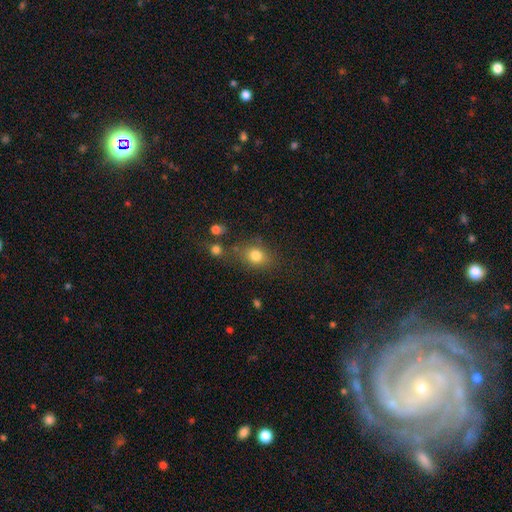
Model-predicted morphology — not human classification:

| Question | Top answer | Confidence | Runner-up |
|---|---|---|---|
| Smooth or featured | smooth | 80% | star or artifact (12%) |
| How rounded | round | 50% | in between (48%) |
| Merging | none | 65% | minor disturbance (16%) |